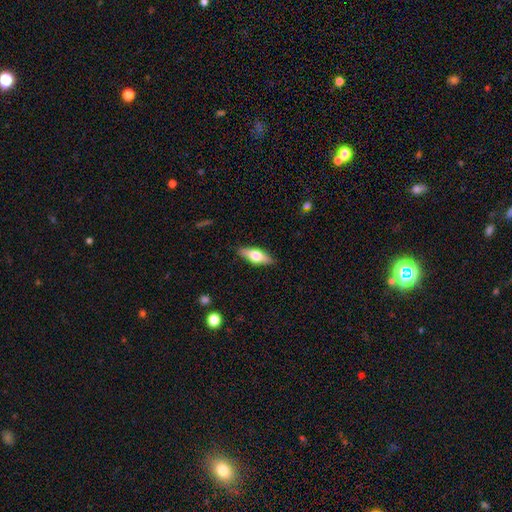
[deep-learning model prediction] The model was most divided on "smooth or featured": smooth: 51%, featured or disk: 42%, star or artifact: 6%. More confident: merging — none (87%); how rounded — in between (59%).